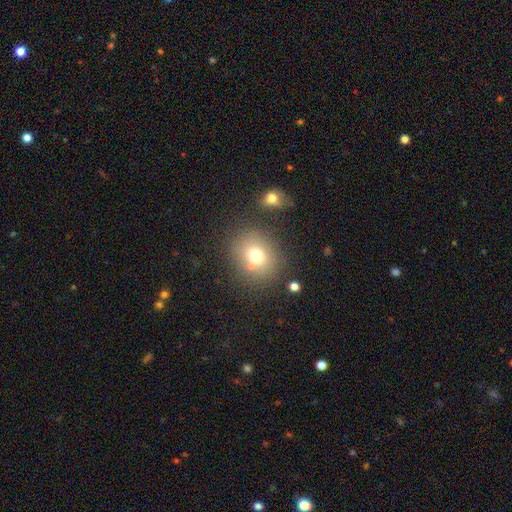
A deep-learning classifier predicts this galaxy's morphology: smooth_or_featured: smooth (p=0.72) [alt: star or artifact p=0.14]
how_rounded: round (p=0.71) [alt: in between p=0.28]
merging: none (p=0.72) [alt: merger p=0.12]